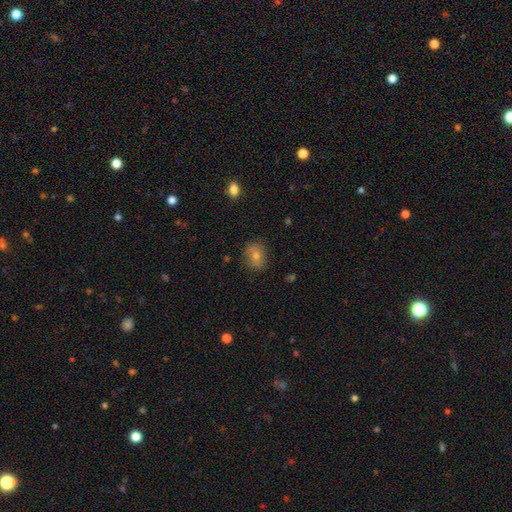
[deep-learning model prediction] smooth 71%, featured or disk 18%, star or artifact 10%. Down the decision tree: how rounded — round (51%); merging — none (77%).